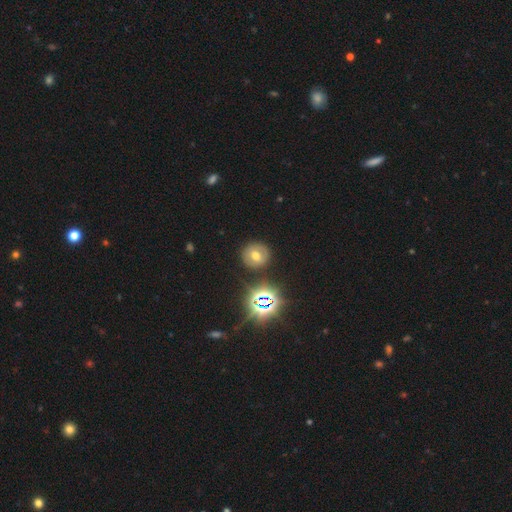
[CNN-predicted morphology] This is possibly a smooth galaxy (50%). How rounded: clearly round (89%). Merging: clearly none (86%).